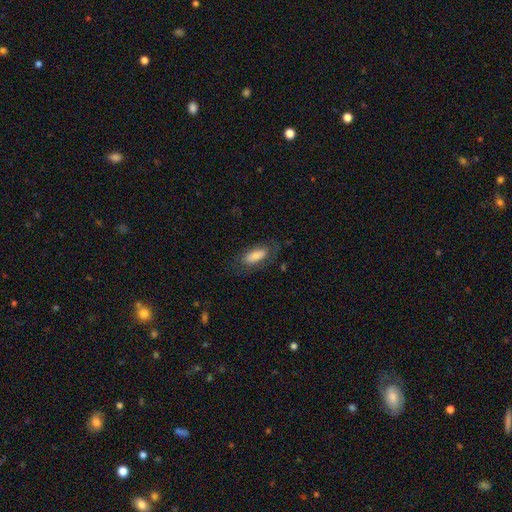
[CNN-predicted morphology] Smooth or featured: smooth — 73% (featured or disk — 20%)
How rounded: in between — 82% (cigar-shaped — 15%)
Merging: none — 67% (minor disturbance — 20%)